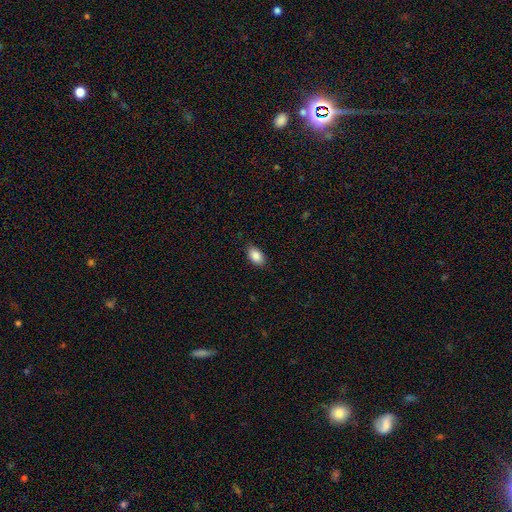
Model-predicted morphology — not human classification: Smooth or featured: smooth — 88% (star or artifact — 7%)
How rounded: in between — 92% (round — 5%)
Merging: none — 86% (minor disturbance — 11%)